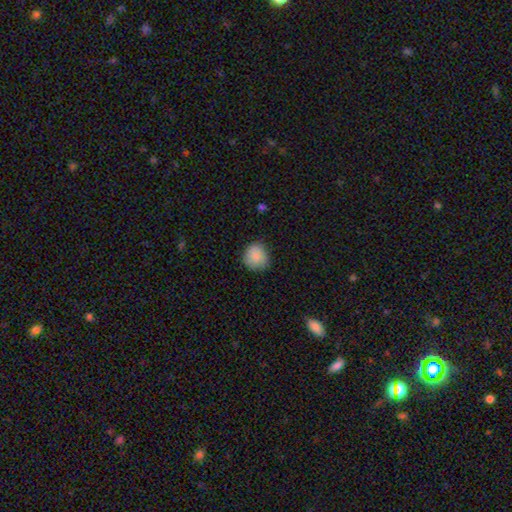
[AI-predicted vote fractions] This appears to be a smooth galaxy with no disk features (86%) that is round (86%). Merging: none (79%).